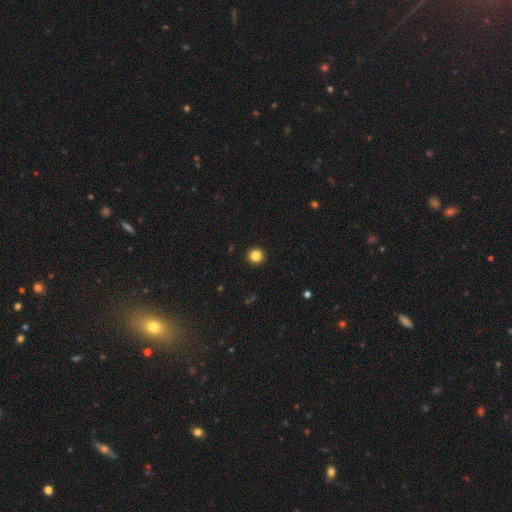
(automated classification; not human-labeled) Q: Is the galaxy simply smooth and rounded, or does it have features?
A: smooth — 84%.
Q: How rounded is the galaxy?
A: round — 96%.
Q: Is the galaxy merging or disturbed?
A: none — 94%.